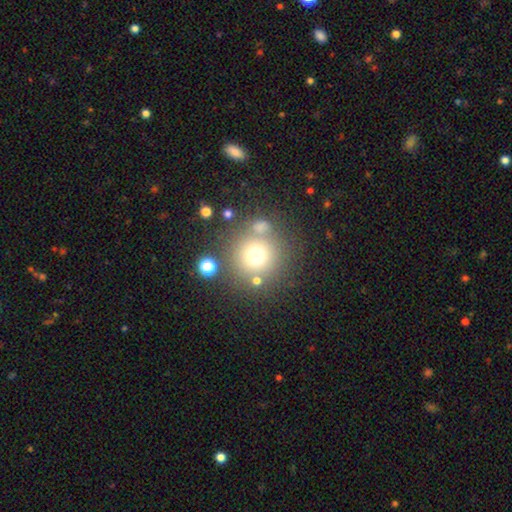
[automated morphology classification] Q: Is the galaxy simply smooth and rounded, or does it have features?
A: smooth — 69%.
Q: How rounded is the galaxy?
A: round — 94%.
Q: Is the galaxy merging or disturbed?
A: none — 73%.